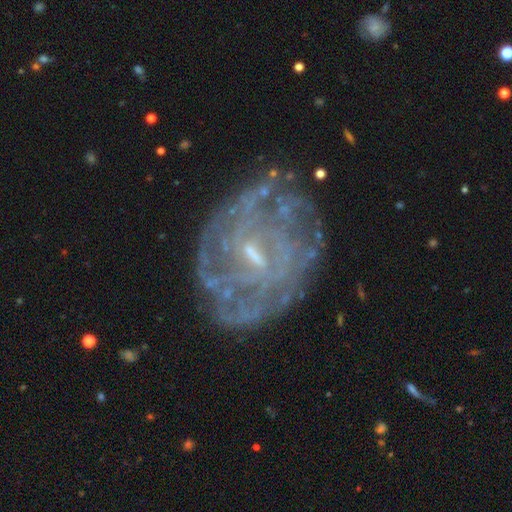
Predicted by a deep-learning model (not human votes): Smooth or featured? Predicted: featured or disk (p=0.79). Edge-on disk? Predicted: no (p=0.97). Bar? Predicted: weak (p=0.53). Spiral arms? Predicted: yes (p=0.77). Spiral winding? Predicted: tight (p=0.66). Spiral arm count? Predicted: can't tell (p=0.57). Bulge size? Predicted: small (p=0.66). Merging? Predicted: none (p=0.71).